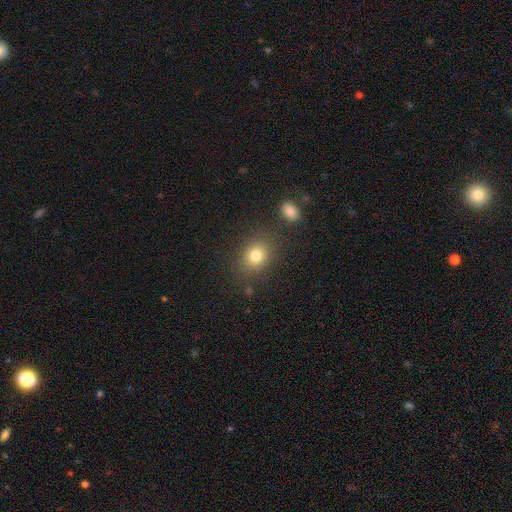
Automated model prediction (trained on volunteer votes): Smooth or featured?
  - smooth: 79% *
  - star or artifact: 13%
  - featured or disk: 8%
How rounded?
  - round: 56% *
  - in between: 43%
  - cigar-shaped: 1%
Merging?
  - none: 81% *
  - minor disturbance: 11%
  - merger: 4%
  - major disturbance: 4%